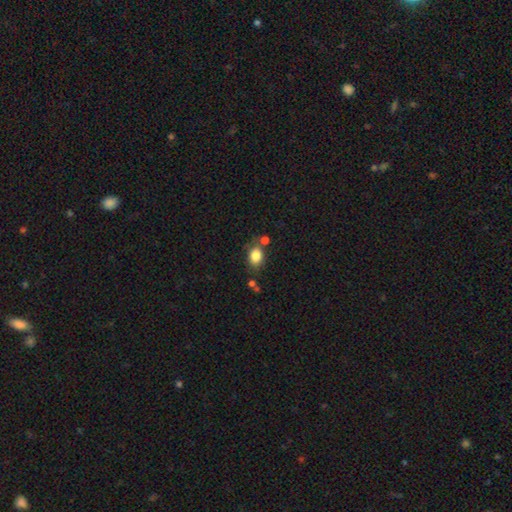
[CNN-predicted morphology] Overall: smooth (83%). How rounded: in between (63%; round 36%). Merging: none (66%).